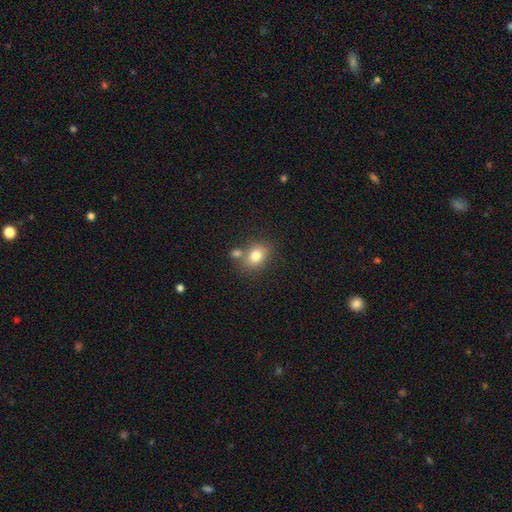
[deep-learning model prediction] smooth_or_featured: smooth (p=0.79) [alt: featured or disk p=0.11]
how_rounded: in between (p=0.56) [alt: round p=0.43]
merging: none (p=0.60) [alt: merger p=0.22]